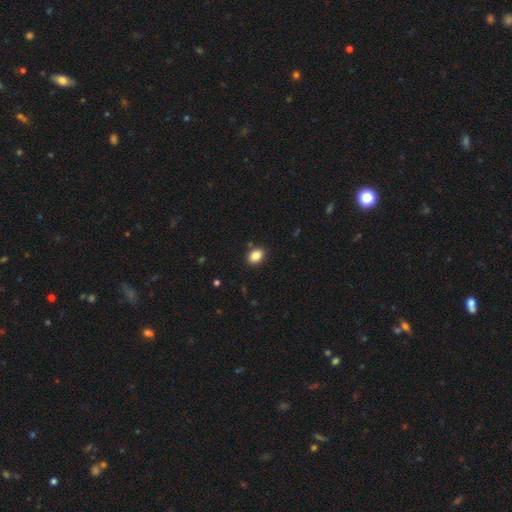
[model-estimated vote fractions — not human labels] Q: Smooth or featured?
A: smooth (86%); runner-up: star or artifact (9%)
Q: How rounded?
A: in between (68%); runner-up: round (31%)
Q: Merging?
A: none (88%); runner-up: minor disturbance (8%)